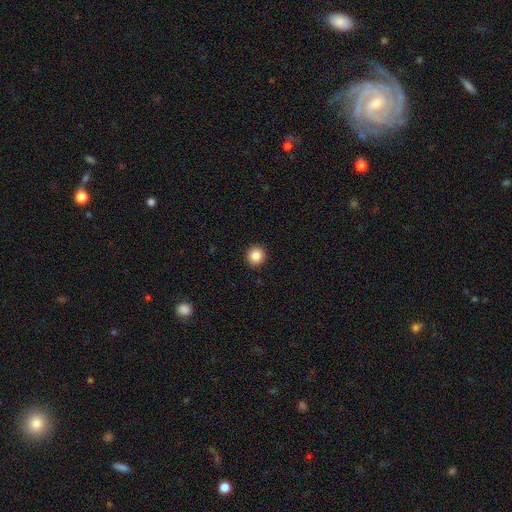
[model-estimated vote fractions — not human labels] Smooth or featured? Predicted: smooth (p=0.86). How rounded? Predicted: round (p=0.95). Merging? Predicted: none (p=0.93).